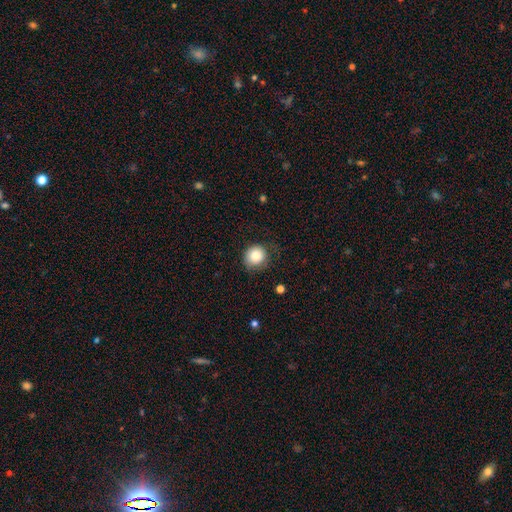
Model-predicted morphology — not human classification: Smooth or featured? smooth (84%)
How rounded? round (89%)
Merging? none (74%)